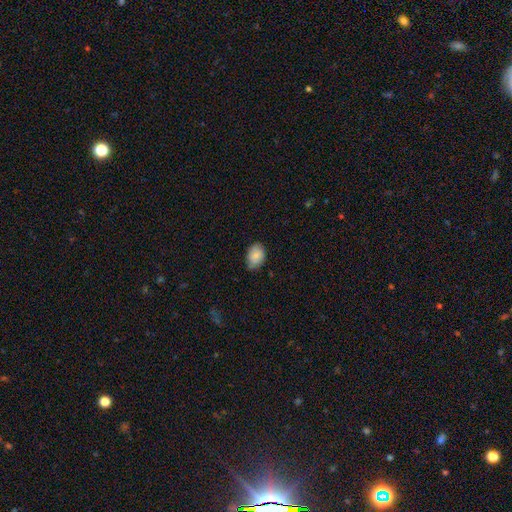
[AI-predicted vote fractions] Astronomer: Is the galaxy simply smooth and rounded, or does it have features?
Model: smooth — 83%.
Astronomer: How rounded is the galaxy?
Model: in between — 80%.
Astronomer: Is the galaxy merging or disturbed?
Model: none — 69%.